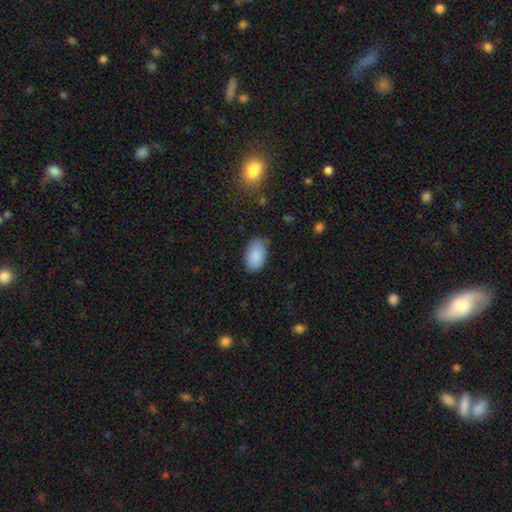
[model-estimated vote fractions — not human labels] Smooth or featured? smooth (89%)
How rounded? in between (93%)
Merging? none (79%)